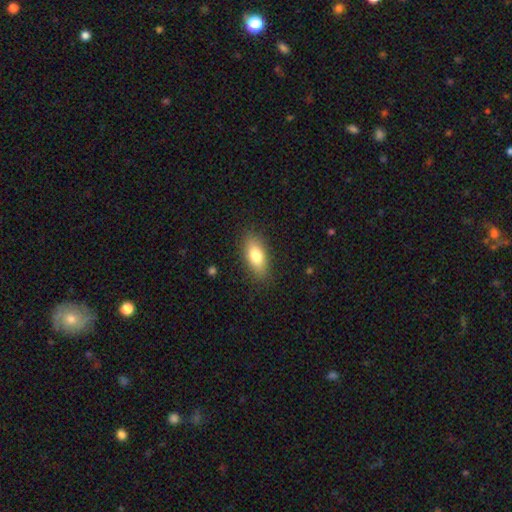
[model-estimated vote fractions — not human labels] Smooth or featured: smooth — 76% (featured or disk — 16%)
How rounded: in between — 81% (cigar-shaped — 14%)
Merging: none — 86% (minor disturbance — 10%)